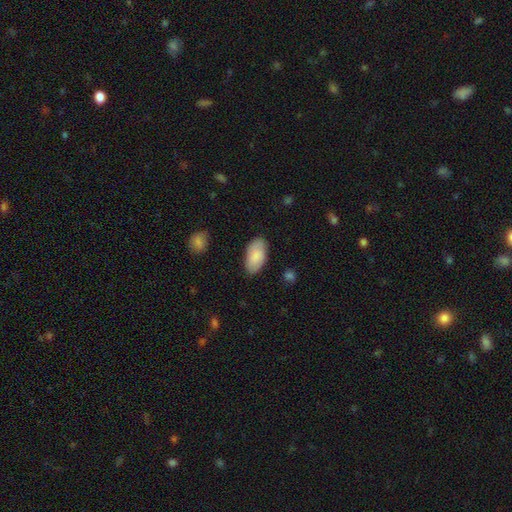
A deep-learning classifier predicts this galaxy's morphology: Overall: smooth (85%). How rounded: in between (95%). Merging: none (83%).